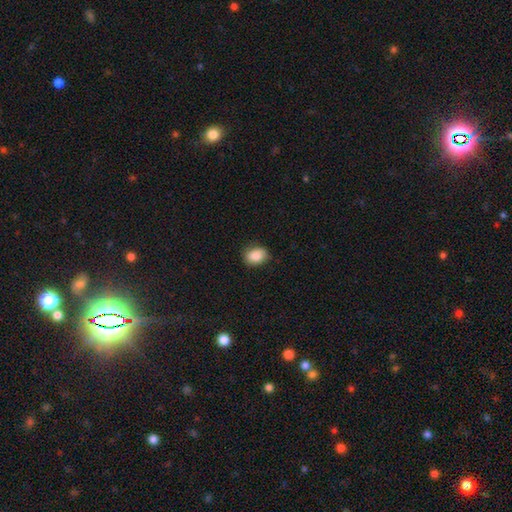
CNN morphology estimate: type=smooth (87%); roundness=in between (69%); merging=none (77%).